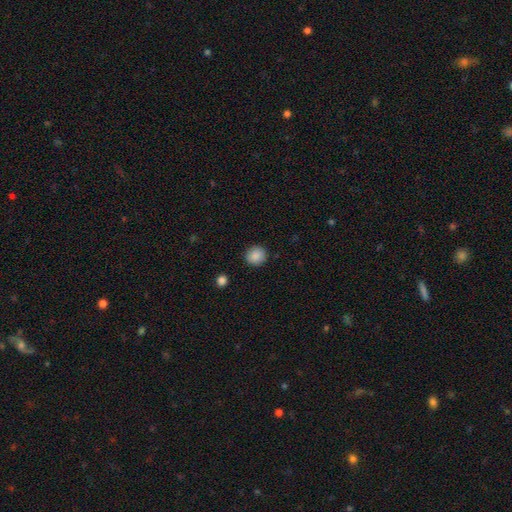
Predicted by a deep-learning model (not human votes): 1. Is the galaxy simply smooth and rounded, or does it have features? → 88% smooth, 8% star or artifact, 3% featured or disk.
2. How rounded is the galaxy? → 89% round, 10% in between, 1% cigar-shaped.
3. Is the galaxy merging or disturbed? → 90% none, 6% minor disturbance, 2% major disturbance, 1% merger.